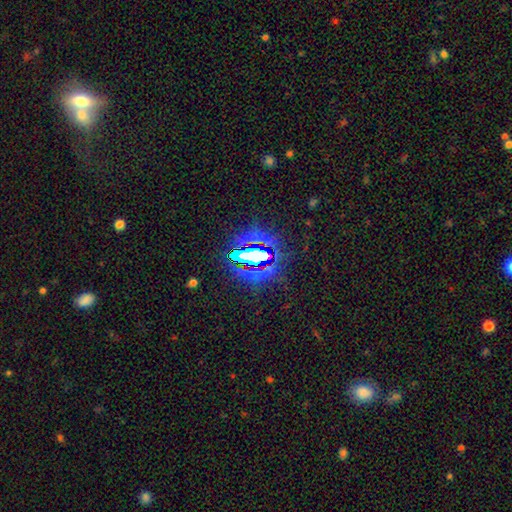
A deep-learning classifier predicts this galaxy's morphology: Smooth or featured?
  - star or artifact: 75% *
  - smooth: 14%
  - featured or disk: 11%